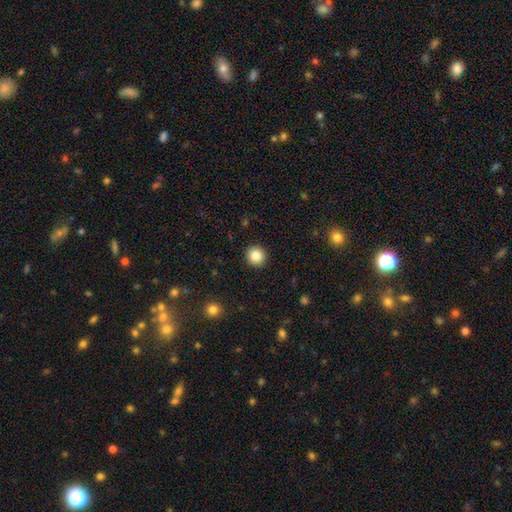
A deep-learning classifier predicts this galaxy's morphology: Smooth or featured: smooth — 85% (star or artifact — 10%)
How rounded: round — 93% (in between — 6%)
Merging: none — 92% (minor disturbance — 5%)